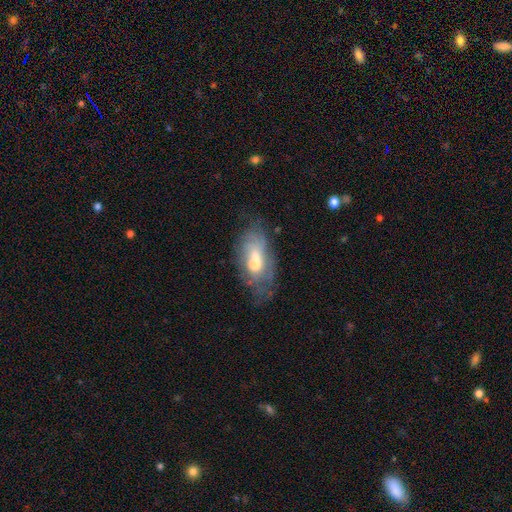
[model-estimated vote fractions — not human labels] Q: Smooth or featured?
A: featured or disk (47%); runner-up: smooth (42%)
Q: Merging?
A: none (42%); runner-up: minor disturbance (27%)